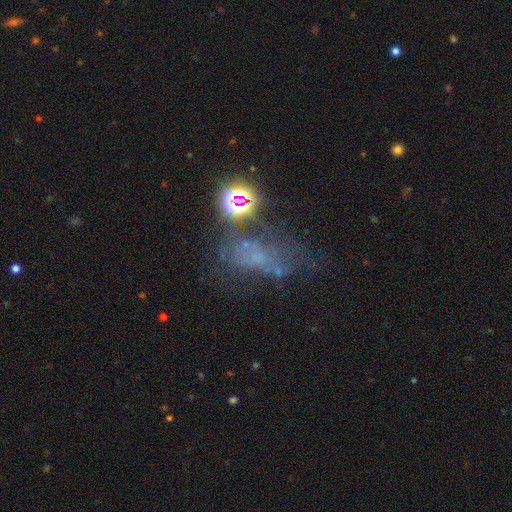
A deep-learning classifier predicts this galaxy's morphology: Smooth or featured: star or artifact — 37% (featured or disk — 33%)